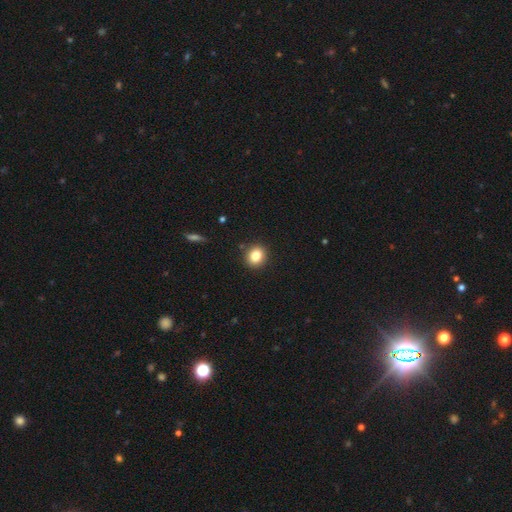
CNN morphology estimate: This is clearly a smooth galaxy (83%). How rounded: likely round (72%). Merging: clearly none (90%).